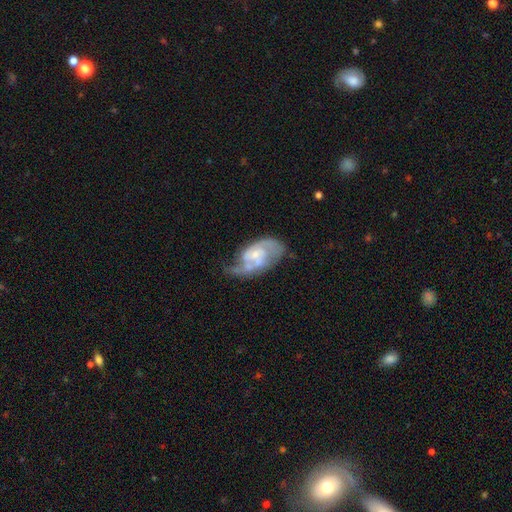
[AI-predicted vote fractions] The model was most divided on "merging": none: 42%, minor disturbance: 29%, major disturbance: 23%, merger: 6%. Remaining: edge-on disk — no (97%); spiral arms — yes (88%); smooth or featured — featured or disk (79%); spiral arm count — 2 (66%); bar — no (57%); bulge size — small (56%); spiral winding — medium (48%).